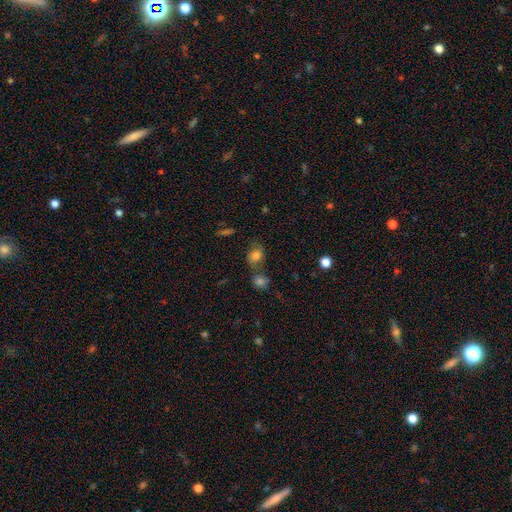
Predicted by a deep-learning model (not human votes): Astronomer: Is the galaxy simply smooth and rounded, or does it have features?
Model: smooth — 69%.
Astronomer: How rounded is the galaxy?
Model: in between — 59% (runner-up: round, 39%).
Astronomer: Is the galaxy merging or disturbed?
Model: none — 47% (runner-up: merger, 30%).